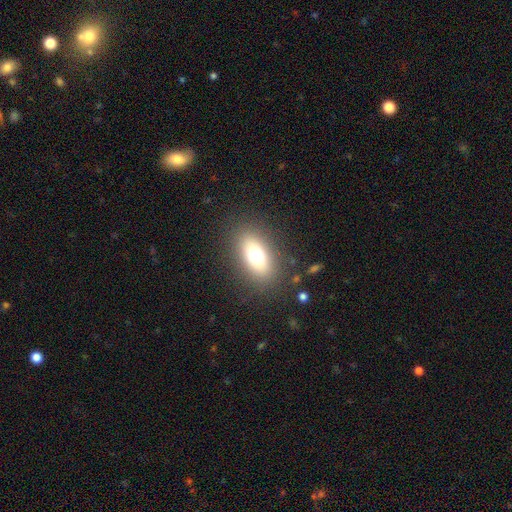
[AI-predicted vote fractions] A smooth galaxy with no disk features (69%) that is in between round and cigar-shaped (80%).

Vote fractions:
- Smooth or featured? smooth: 69% / featured or disk: 19% / star or artifact: 12%
- How rounded? in between: 80% / round: 13% / cigar-shaped: 7%
- Merging? none: 84% / minor disturbance: 9% / major disturbance: 5% / merger: 1%